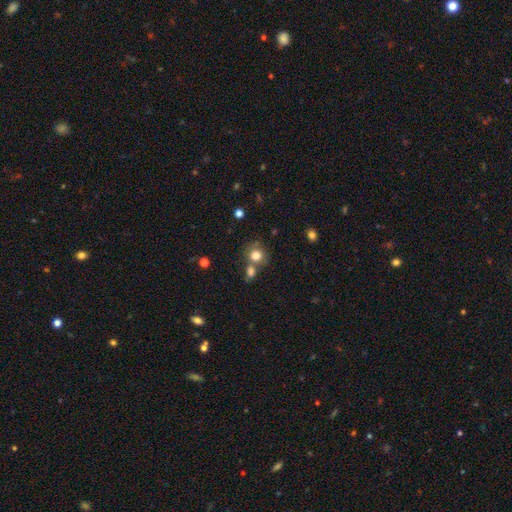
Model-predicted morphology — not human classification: type=smooth (79%); roundness=round (78%); merging=none (51%).